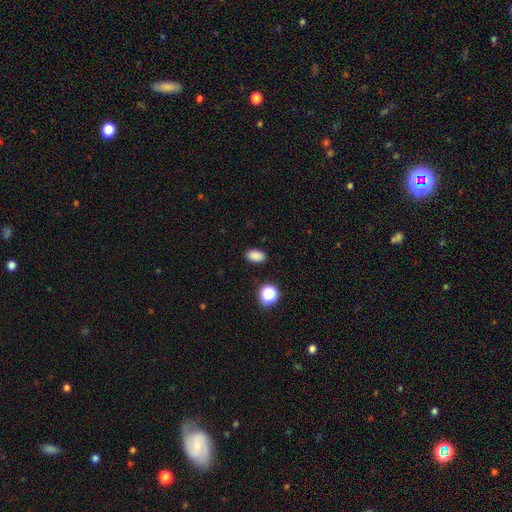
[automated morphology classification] A smooth galaxy with no disk features (85%) that is in between round and cigar-shaped (86%). Merging: none (88%).